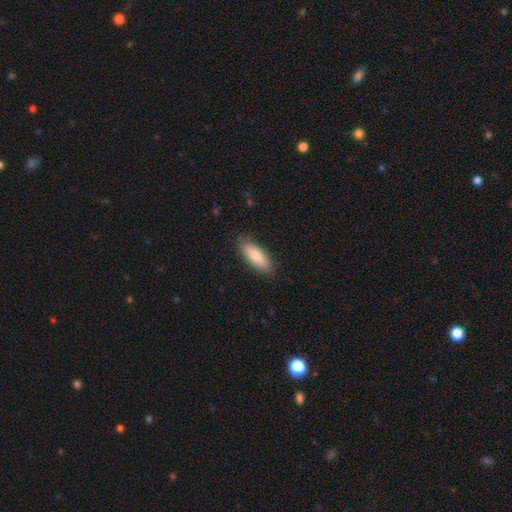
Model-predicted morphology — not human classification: This is clearly a smooth galaxy (81%). How rounded: likely in between (69%). Merging: clearly none (86%).